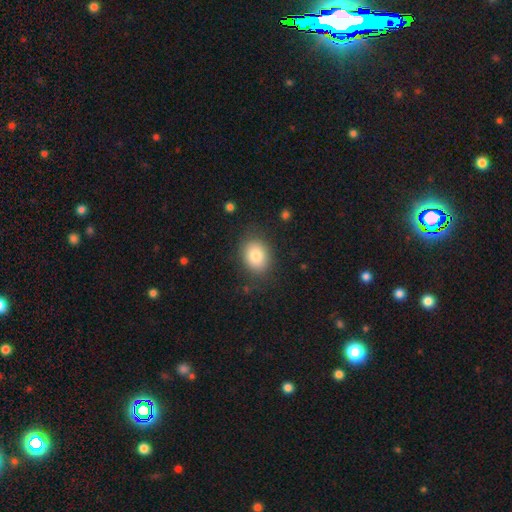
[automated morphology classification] Smooth or featured: smooth — 82% (featured or disk — 10%)
How rounded: in between — 57% (round — 43%)
Merging: none — 82% (minor disturbance — 12%)